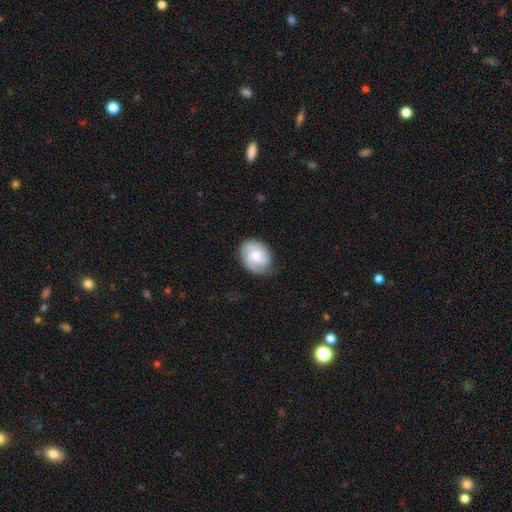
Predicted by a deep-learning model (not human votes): This is likely a featured or disk galaxy (69%). It is clearly not viewed edge-on (98%). Bar: likely no (64%). Spiral arm pattern: clearly yes (95%). Spiral arm count: marginally 2 (36%). Spiral winding: possibly tight (51%). Central bulge: possibly moderate (54%). Merging: likely none (72%).